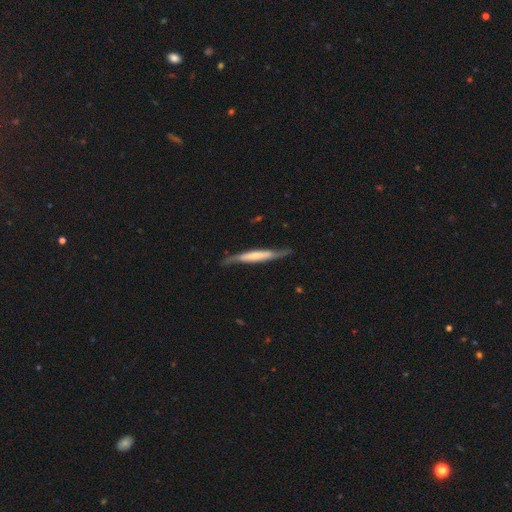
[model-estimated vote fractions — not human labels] Smooth or featured? featured or disk (59%)
Edge-on disk? yes (77%)
Merging? none (71%)